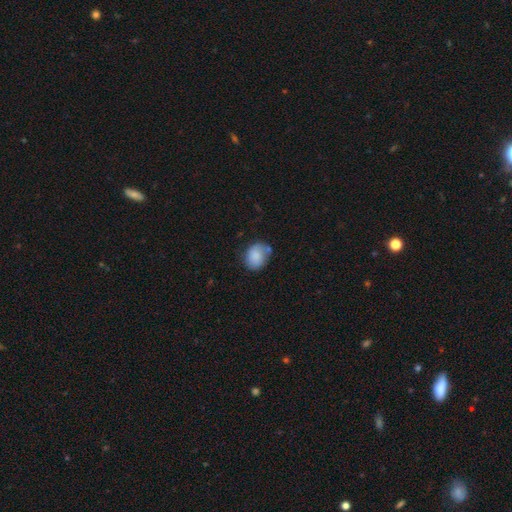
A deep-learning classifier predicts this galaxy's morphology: Overall: smooth (84%). How rounded: in between (50%; round 49%). Merging: none (62%; minor disturbance 24%).